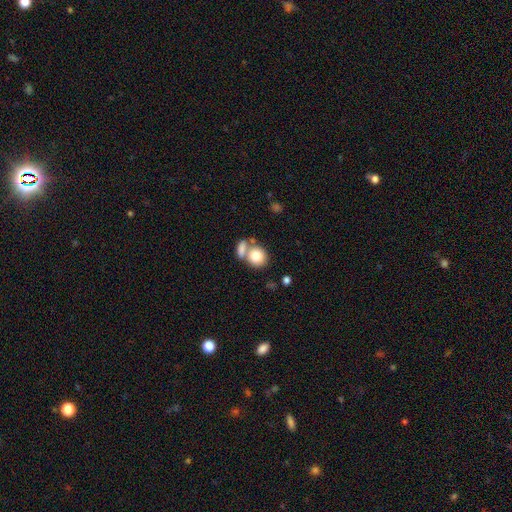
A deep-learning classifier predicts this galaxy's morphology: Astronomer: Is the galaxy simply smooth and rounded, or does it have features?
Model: smooth — 80%.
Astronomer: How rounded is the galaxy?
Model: round — 72%.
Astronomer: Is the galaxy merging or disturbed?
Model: none — 44% (runner-up: merger, 42%).